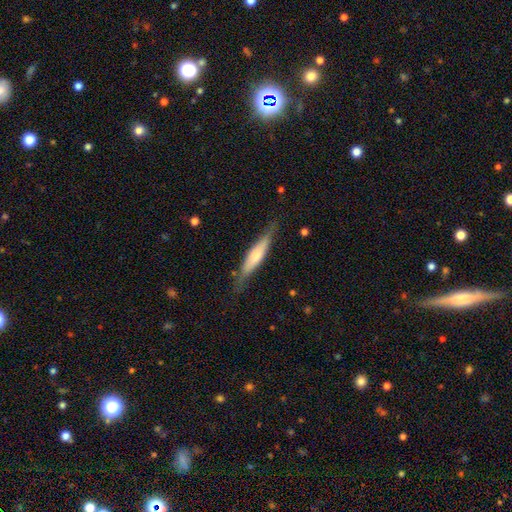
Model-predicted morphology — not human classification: Smooth or featured?
  - smooth: 50% *
  - featured or disk: 45%
  - star or artifact: 6%
Merging?
  - none: 77% *
  - minor disturbance: 17%
  - major disturbance: 4%
  - merger: 2%